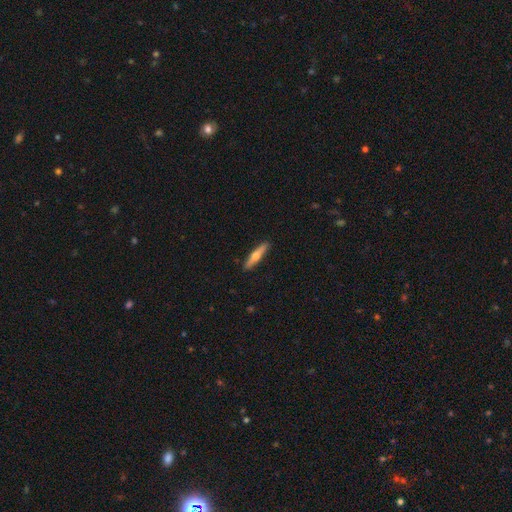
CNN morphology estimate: This is possibly a featured or disk galaxy (52%). It is clearly viewed edge-on (95%). Merging: clearly none (91%).